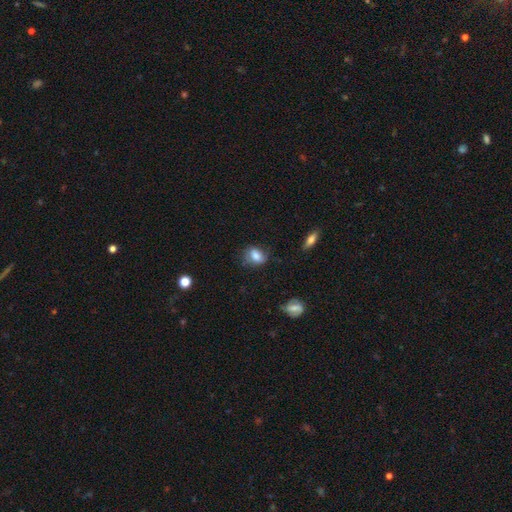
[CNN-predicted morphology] smooth 73%, featured or disk 18%, star or artifact 9%. Down the decision tree: how rounded — in between (71%); merging — none (59%).